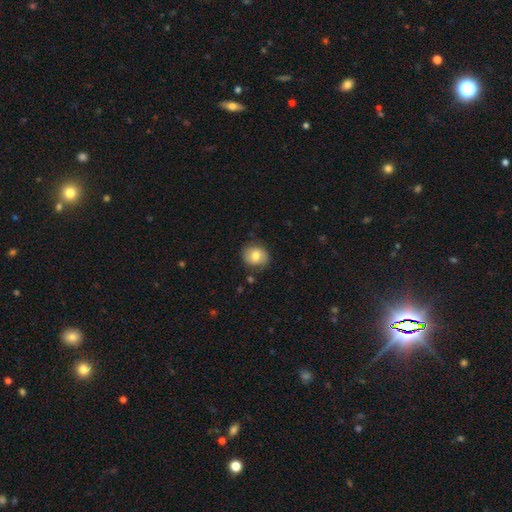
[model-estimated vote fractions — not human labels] A smooth galaxy with no disk features (73%) that is round (69%).

Vote fractions:
- Smooth or featured? smooth: 73% / featured or disk: 19% / star or artifact: 8%
- How rounded? round: 69% / in between: 30% / cigar-shaped: 1%
- Merging? none: 79% / minor disturbance: 15% / major disturbance: 4% / merger: 2%